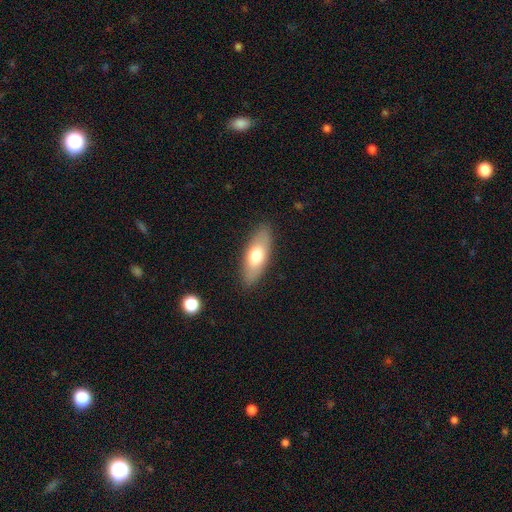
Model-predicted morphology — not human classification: This appears to be a smooth galaxy with no disk features (68%) that is in between round and cigar-shaped (74%). Merging: none (87%).